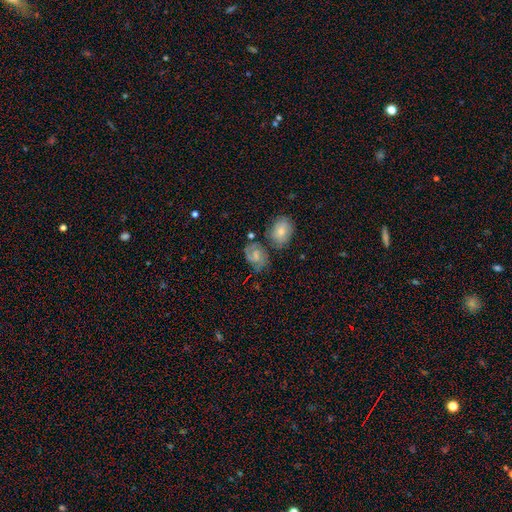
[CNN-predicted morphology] This appears to be a featured or disk galaxy (55%) with no bar (46%), spiral arms (85%) and a small central bulge (48%). Merging: none (53%).